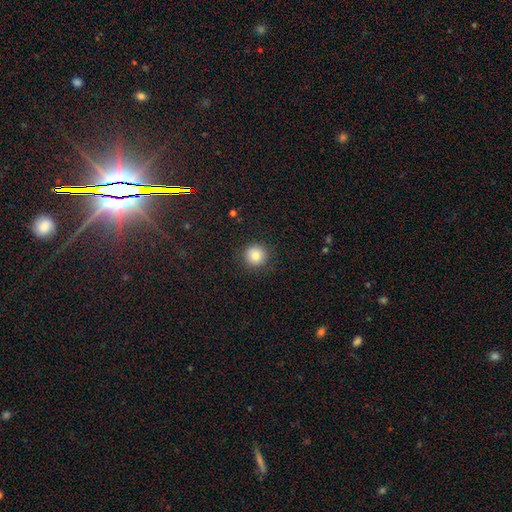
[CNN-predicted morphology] smooth_or_featured: smooth (p=0.80) [alt: star or artifact p=0.11]
how_rounded: round (p=0.95) [alt: in between p=0.04]
merging: none (p=0.90) [alt: minor disturbance p=0.07]